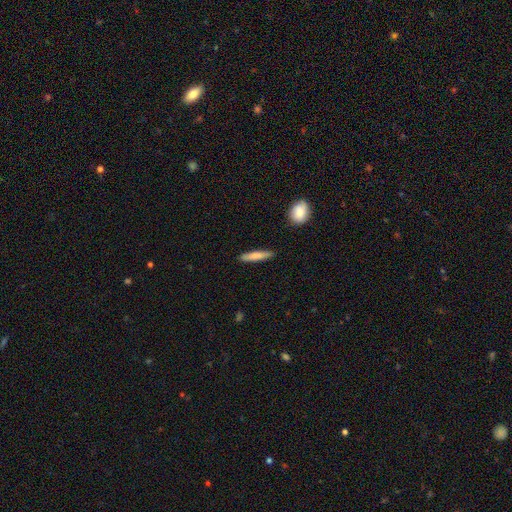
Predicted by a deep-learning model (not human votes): A smooth galaxy with no disk features (75%) that is cigar-shaped (89%).

Vote fractions:
- Smooth or featured? smooth: 75% / featured or disk: 19% / star or artifact: 6%
- How rounded? cigar-shaped: 89% / in between: 9% / round: 2%
- Merging? none: 87% / minor disturbance: 9% / merger: 2% / major disturbance: 2%